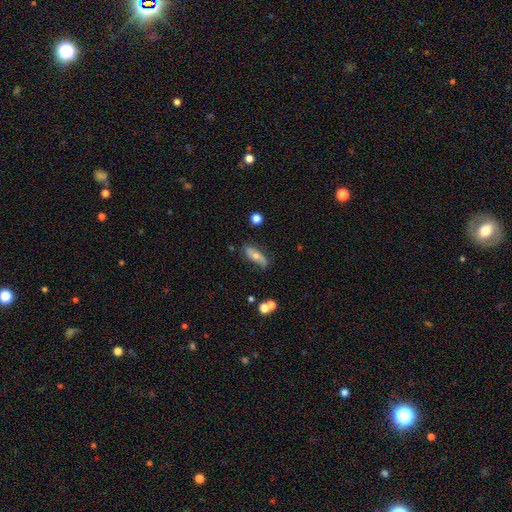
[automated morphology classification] Smooth or featured?
  - smooth: 52% *
  - featured or disk: 40%
  - star or artifact: 8%
How rounded?
  - in between: 60% *
  - cigar-shaped: 37%
  - round: 4%
Merging?
  - none: 70% *
  - minor disturbance: 22%
  - major disturbance: 5%
  - merger: 3%